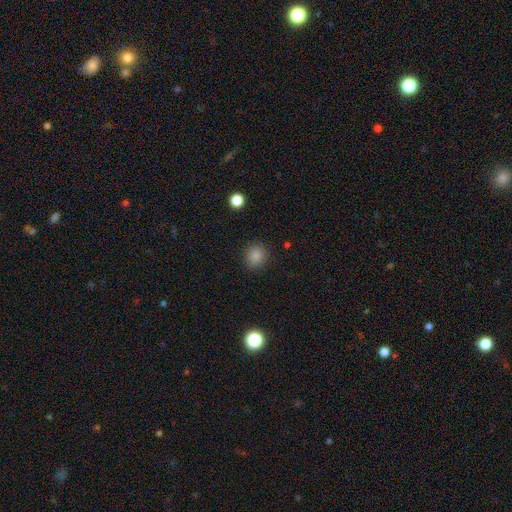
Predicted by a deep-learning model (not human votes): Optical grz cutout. It shows a smooth galaxy with no disk features (84%) that is round (82%). Merging: none (87%).